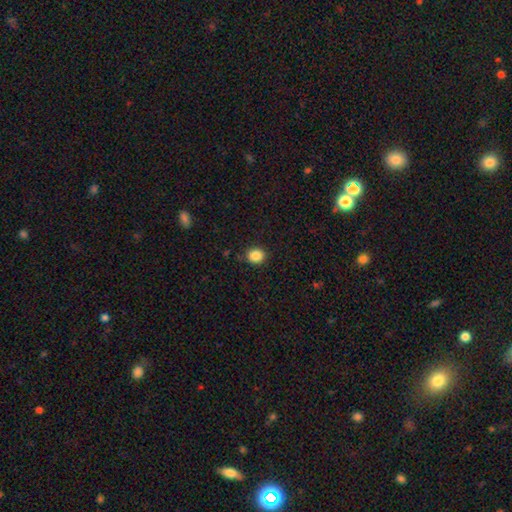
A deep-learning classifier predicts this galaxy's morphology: Q: Smooth or featured?
A: smooth (86%); runner-up: star or artifact (10%)
Q: How rounded?
A: round (75%); runner-up: in between (24%)
Q: Merging?
A: none (87%); runner-up: minor disturbance (10%)